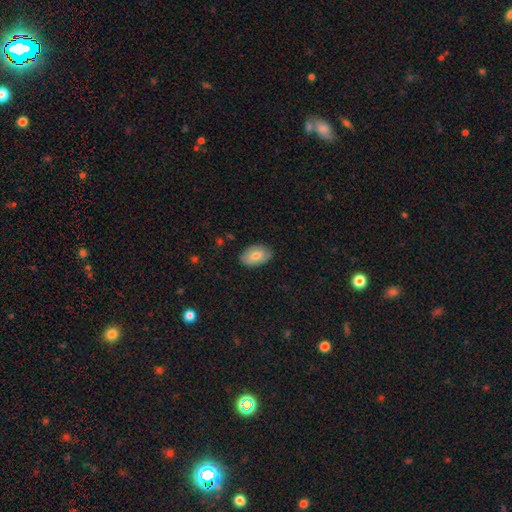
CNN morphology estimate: A smooth galaxy with no disk features (65%) that is in between round and cigar-shaped (92%).

Vote fractions:
- Smooth or featured? smooth: 65% / featured or disk: 28% / star or artifact: 7%
- How rounded? in between: 92% / round: 7% / cigar-shaped: 1%
- Merging? none: 81% / minor disturbance: 15% / major disturbance: 3% / merger: 1%